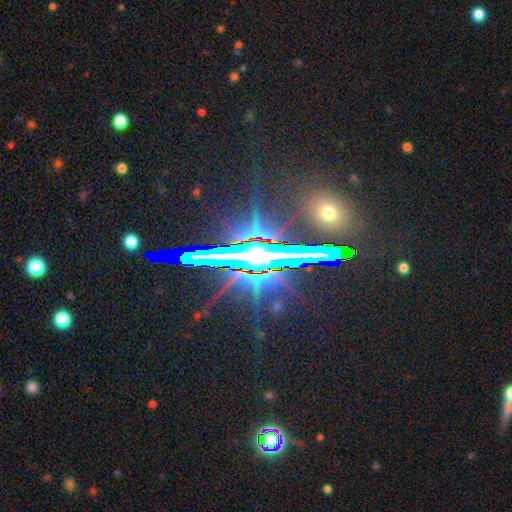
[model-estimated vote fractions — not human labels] The model was most divided on "smooth or featured": star or artifact: 69%, featured or disk: 21%, smooth: 11%.